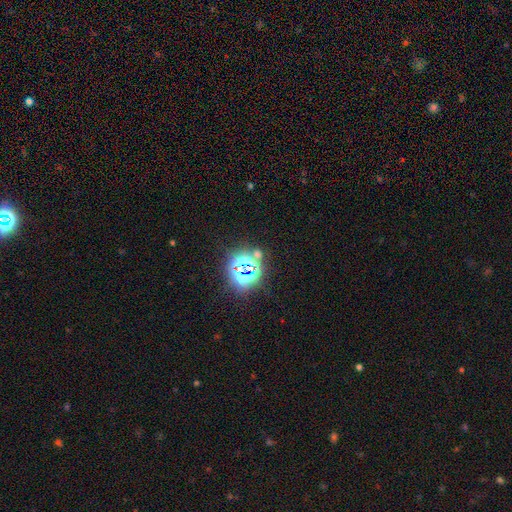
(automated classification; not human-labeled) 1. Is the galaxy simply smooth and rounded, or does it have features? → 78% star or artifact, 14% smooth, 8% featured or disk.